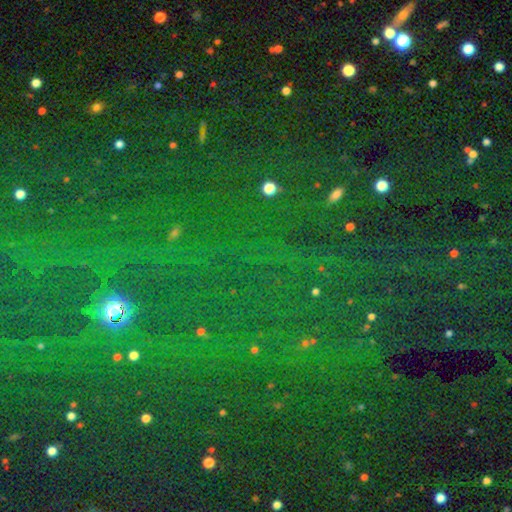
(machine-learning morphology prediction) Smooth or featured?
  - star or artifact: 80% *
  - smooth: 12%
  - featured or disk: 7%